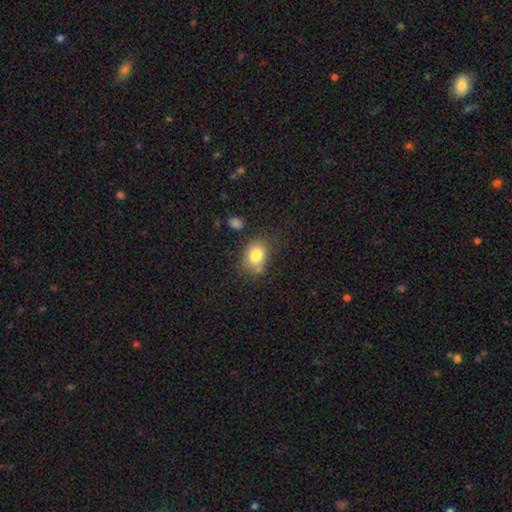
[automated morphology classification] This appears to be a smooth galaxy with no disk features (80%) that is in between round and cigar-shaped (60%). Merging: none (65%).